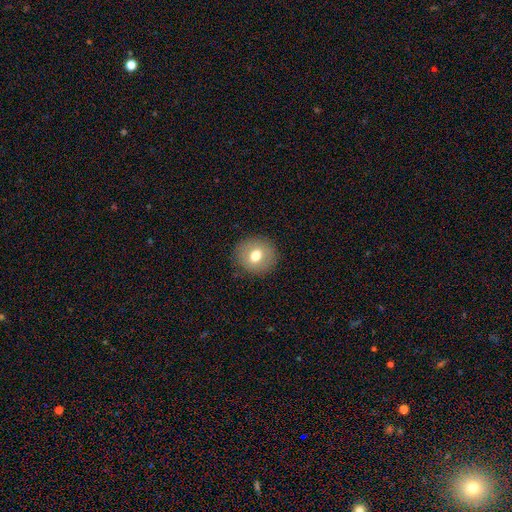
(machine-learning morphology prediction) Overall: smooth (72%). How rounded: round (84%). Merging: none (88%).